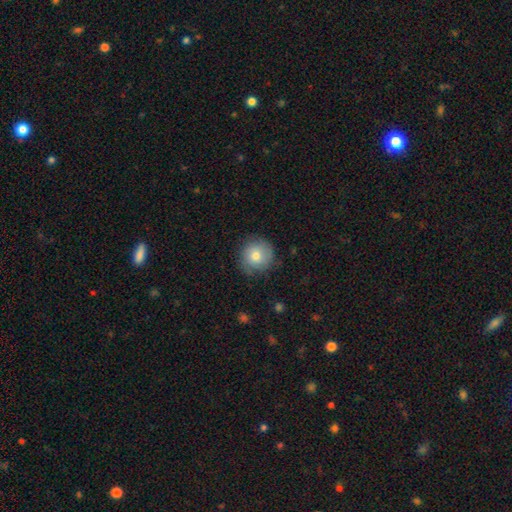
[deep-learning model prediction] smooth_or_featured: smooth (p=0.75) [alt: featured or disk p=0.16]
how_rounded: round (p=0.92) [alt: in between p=0.07]
merging: none (p=0.79) [alt: minor disturbance p=0.16]